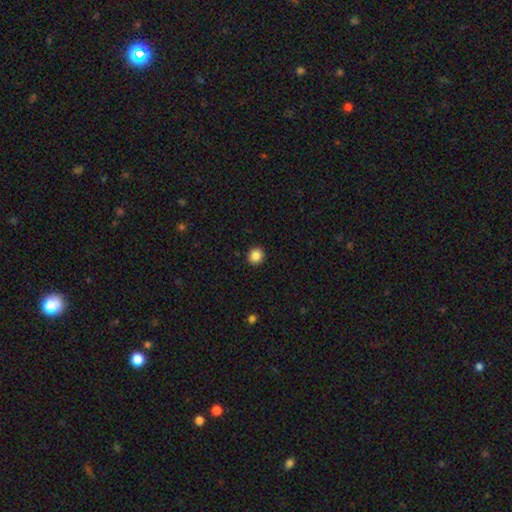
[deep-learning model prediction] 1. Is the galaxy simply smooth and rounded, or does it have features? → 86% smooth, 10% star or artifact, 4% featured or disk.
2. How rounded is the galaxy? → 87% round, 12% in between, 1% cigar-shaped.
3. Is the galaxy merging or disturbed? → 93% none, 5% minor disturbance, 2% major disturbance, 1% merger.